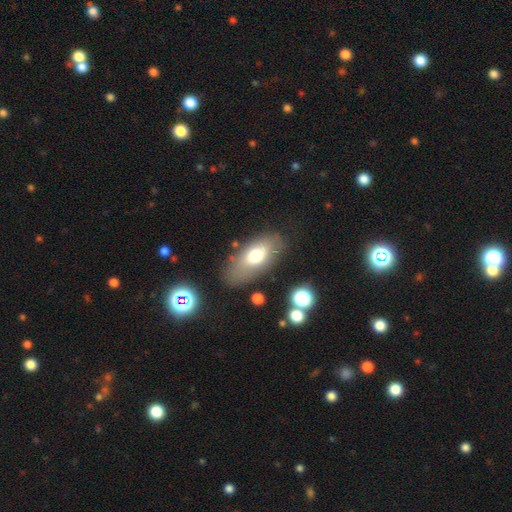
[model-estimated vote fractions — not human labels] smooth 68%, featured or disk 23%, star or artifact 9%. Down the decision tree: how rounded — in between (88%); merging — none (77%).